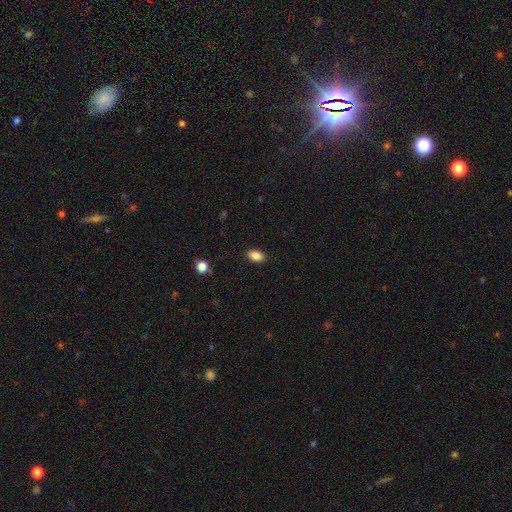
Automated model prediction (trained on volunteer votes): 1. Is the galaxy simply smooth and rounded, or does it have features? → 87% smooth, 9% star or artifact, 5% featured or disk.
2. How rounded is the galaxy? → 89% in between, 9% round, 2% cigar-shaped.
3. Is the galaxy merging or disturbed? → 89% none, 8% minor disturbance, 2% major disturbance, 1% merger.